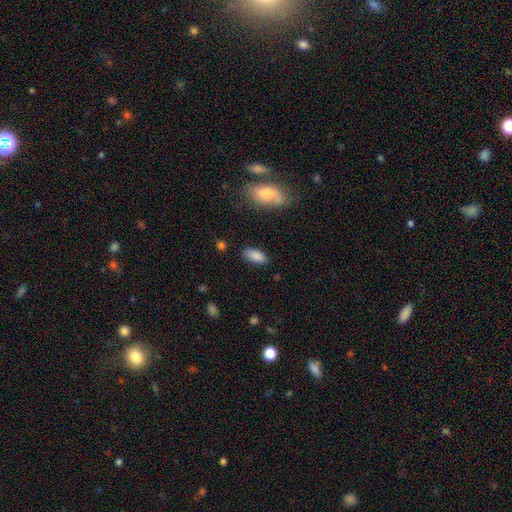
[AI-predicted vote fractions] A smooth galaxy with no disk features (88%) that is in between round and cigar-shaped (89%). Merging: none (84%).